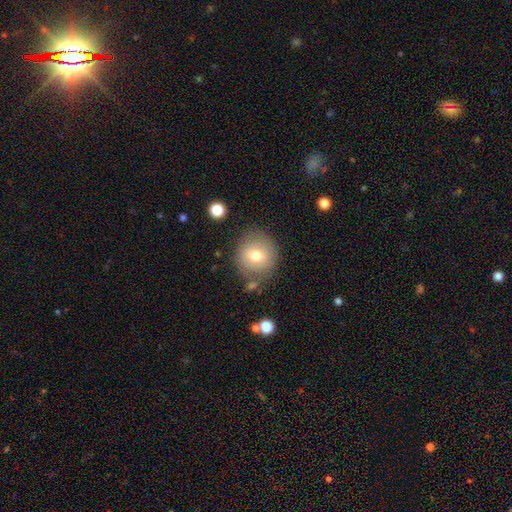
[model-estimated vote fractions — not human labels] A smooth galaxy with no disk features (72%) that is round (86%). Merging: none (76%).